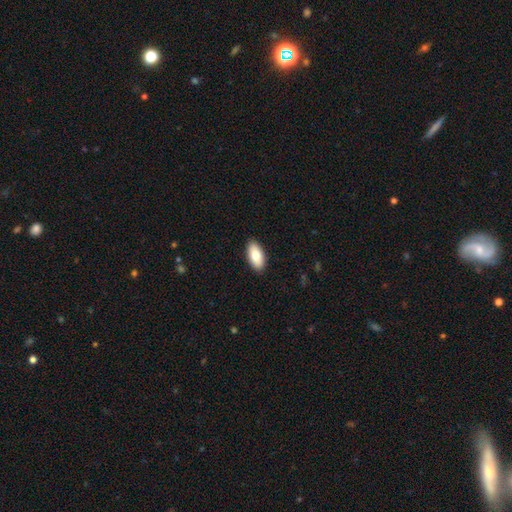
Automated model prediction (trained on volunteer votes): This appears to be a smooth galaxy with no disk features (83%) that is in between round and cigar-shaped (93%). Merging: none (90%).